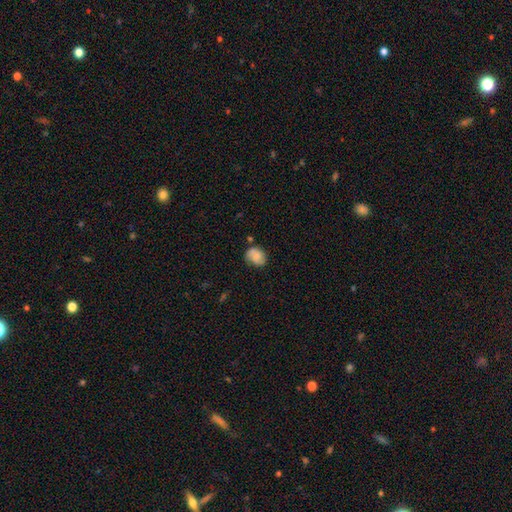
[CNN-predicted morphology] smooth 67%, featured or disk 25%, star or artifact 9%. Down the decision tree: how rounded — in between (55%); merging — none (64%).